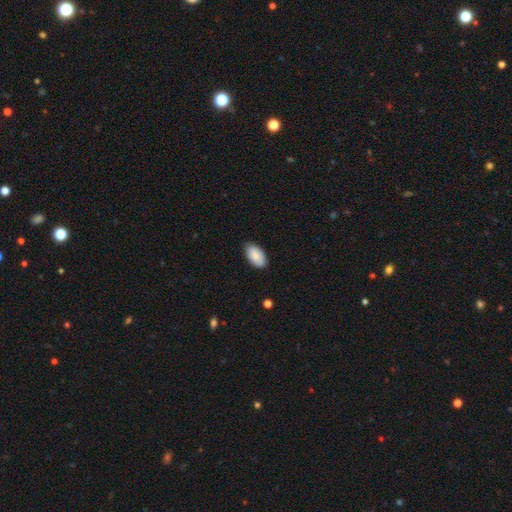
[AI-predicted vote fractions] Smooth or featured: smooth — 87% (featured or disk — 7%)
How rounded: in between — 96% (round — 3%)
Merging: none — 85% (minor disturbance — 12%)